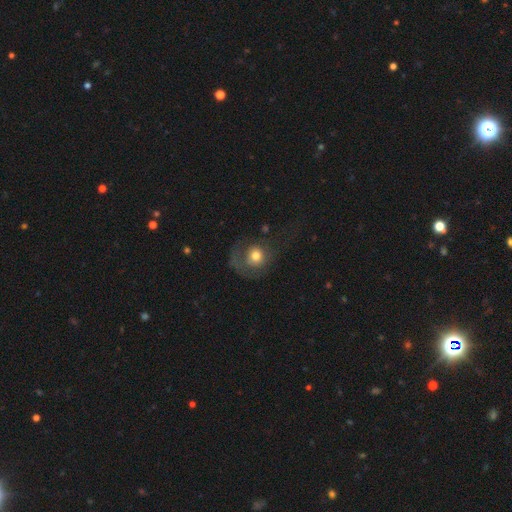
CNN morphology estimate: Smooth or featured: smooth — 64% (featured or disk — 26%)
How rounded: round — 82% (in between — 17%)
Merging: major disturbance — 40% (none — 39%)